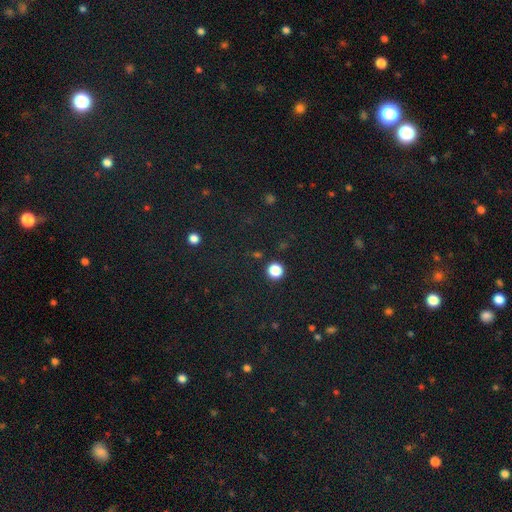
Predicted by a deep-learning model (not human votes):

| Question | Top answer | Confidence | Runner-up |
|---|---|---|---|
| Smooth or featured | star or artifact | 70% | smooth (22%) |